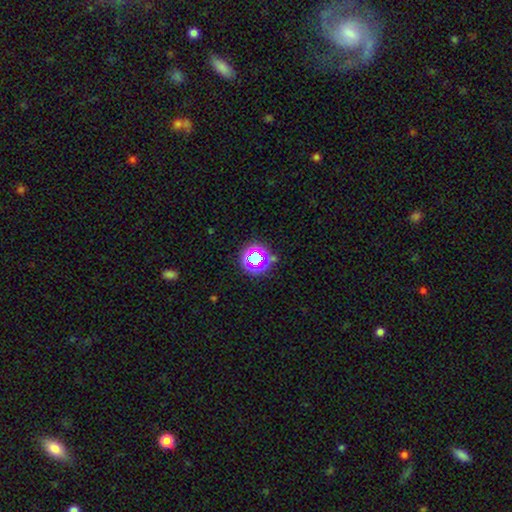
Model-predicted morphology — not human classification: Smooth or featured?
  - star or artifact: 56% *
  - smooth: 31%
  - featured or disk: 13%